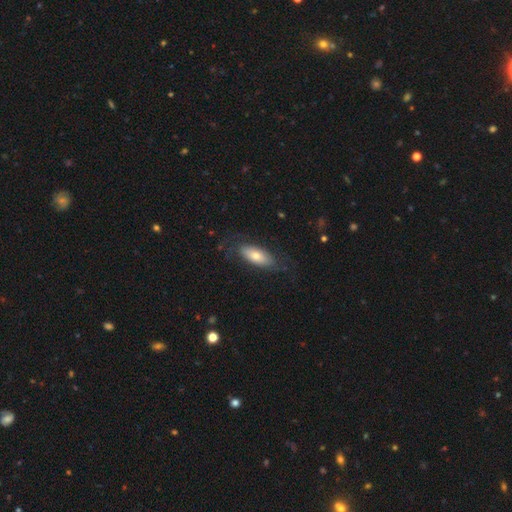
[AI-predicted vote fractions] smooth_or_featured: smooth (p=0.61) [alt: featured or disk p=0.32]
how_rounded: in between (p=0.72) [alt: cigar-shaped p=0.25]
merging: none (p=0.72) [alt: minor disturbance p=0.18]